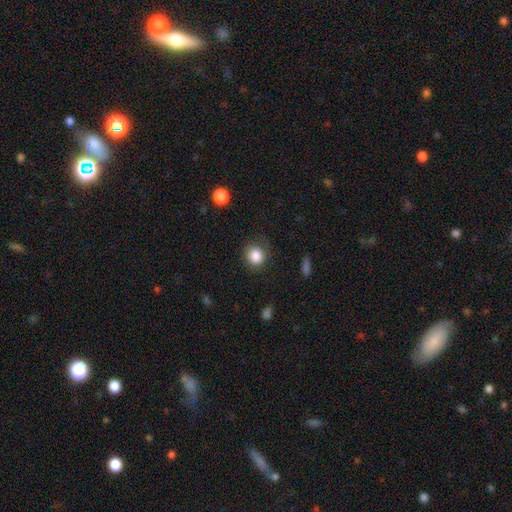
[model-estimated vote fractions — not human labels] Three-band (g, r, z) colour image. It shows a smooth galaxy with no disk features (84%) that is round (79%). Merging: none (74%).